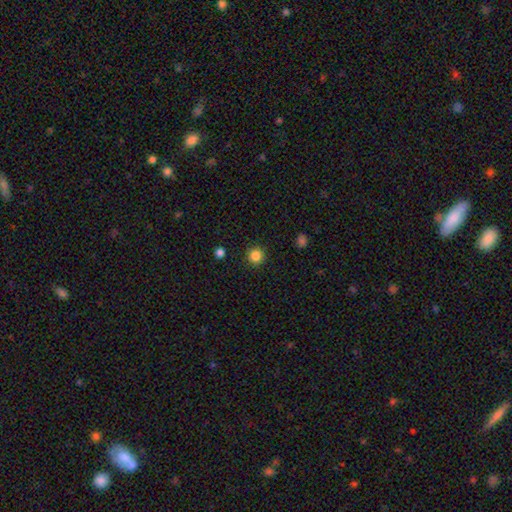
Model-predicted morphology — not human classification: smooth_or_featured: smooth (p=0.85) [alt: star or artifact p=0.12]
how_rounded: round (p=0.94) [alt: in between p=0.05]
merging: none (p=0.91) [alt: minor disturbance p=0.06]